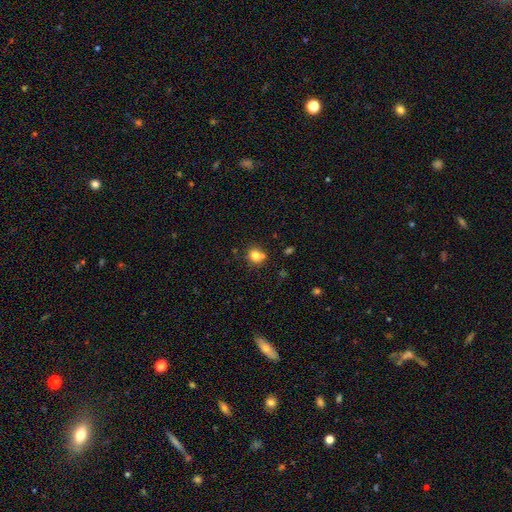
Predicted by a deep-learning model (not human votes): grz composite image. It shows a smooth galaxy with no disk features (80%) that is round (77%). Merging: none (63%).